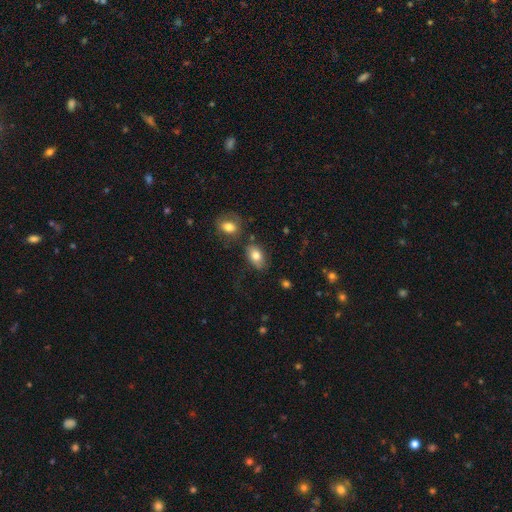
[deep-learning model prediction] Morphology: type=smooth (78%); roundness=in between (87%); merging=none (70%).